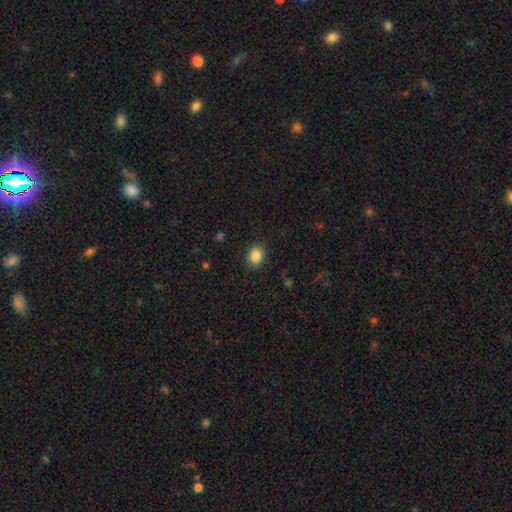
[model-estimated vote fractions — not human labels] A smooth galaxy with no disk features (87%) that is in between round and cigar-shaped (52%). Merging: none (88%).